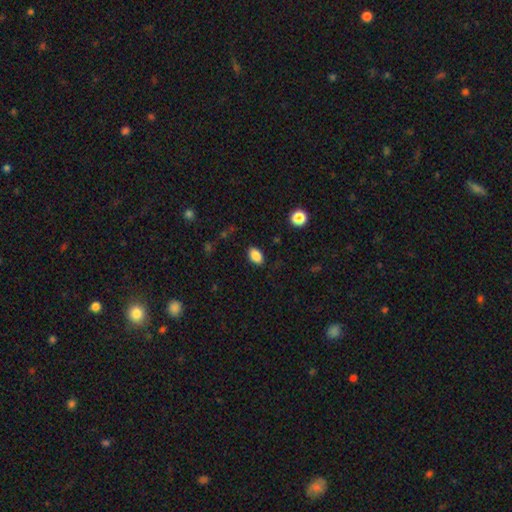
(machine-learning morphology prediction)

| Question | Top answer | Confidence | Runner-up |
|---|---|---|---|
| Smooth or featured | smooth | 87% | star or artifact (9%) |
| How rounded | in between | 87% | round (11%) |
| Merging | none | 85% | minor disturbance (11%) |